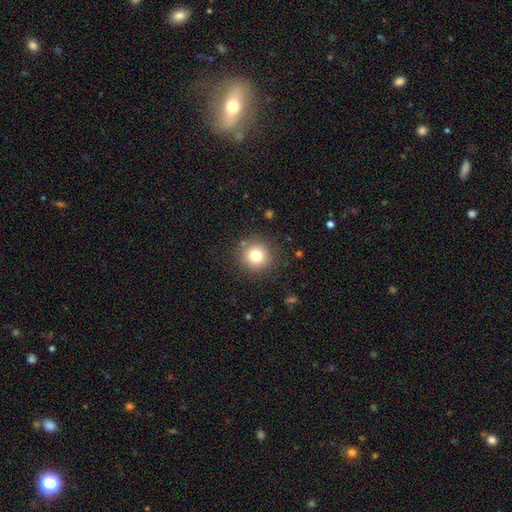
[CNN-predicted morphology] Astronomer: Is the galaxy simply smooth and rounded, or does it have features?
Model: smooth — 78%.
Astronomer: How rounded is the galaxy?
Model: round — 94%.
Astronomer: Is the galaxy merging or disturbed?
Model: none — 88%.